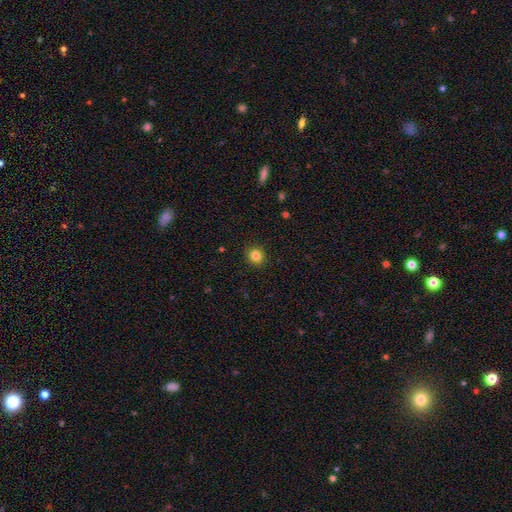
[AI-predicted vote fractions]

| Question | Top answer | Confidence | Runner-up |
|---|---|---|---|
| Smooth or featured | smooth | 84% | star or artifact (11%) |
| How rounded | round | 88% | in between (11%) |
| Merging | none | 92% | minor disturbance (6%) |